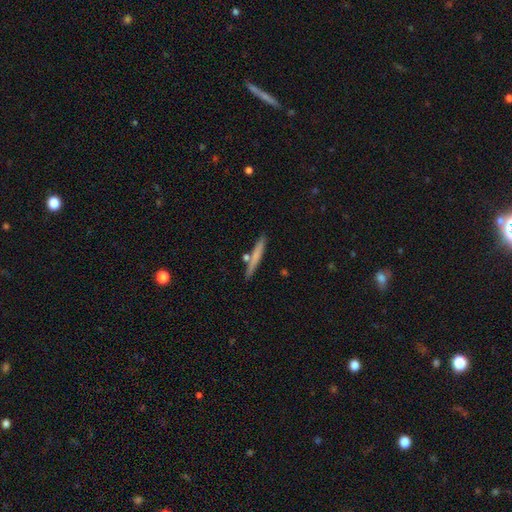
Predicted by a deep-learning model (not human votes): The model was most divided on "smooth or featured": smooth: 64%, featured or disk: 30%, star or artifact: 6%. More confident: how rounded — cigar-shaped (94%); merging — none (80%).